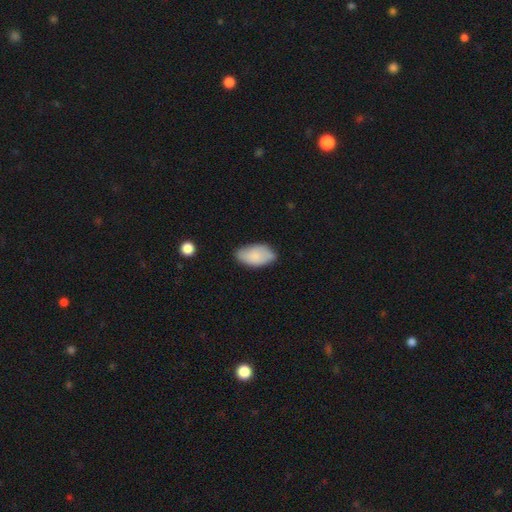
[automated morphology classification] smooth 84%, featured or disk 10%, star or artifact 6%. Down the decision tree: how rounded — in between (95%); merging — none (74%).